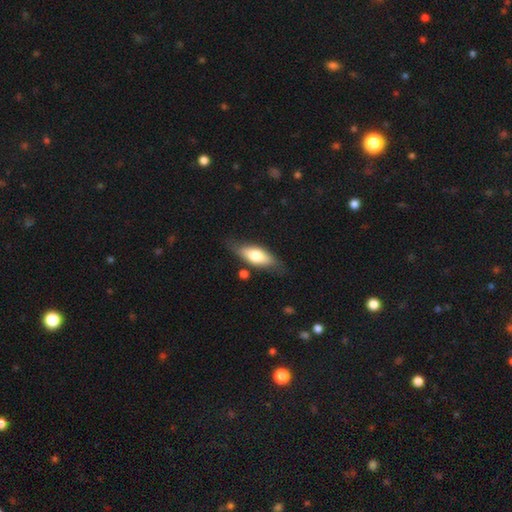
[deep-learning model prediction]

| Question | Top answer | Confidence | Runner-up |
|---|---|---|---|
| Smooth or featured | smooth | 61% | featured or disk (33%) |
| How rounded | in between | 68% | cigar-shaped (29%) |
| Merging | none | 75% | minor disturbance (18%) |